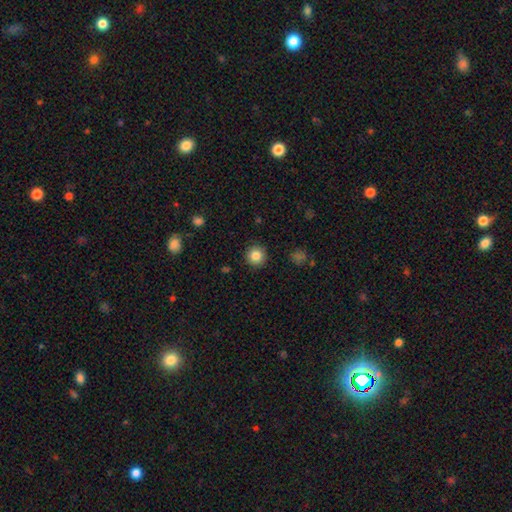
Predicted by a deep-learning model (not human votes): A smooth galaxy with no disk features (84%) that is round (94%). Merging: none (91%).